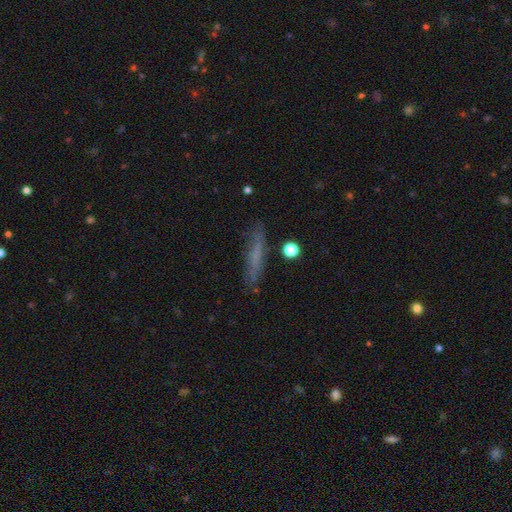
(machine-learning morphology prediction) Overall: smooth (55%; featured or disk 35%). How rounded: cigar-shaped (88%). Merging: none (80%).